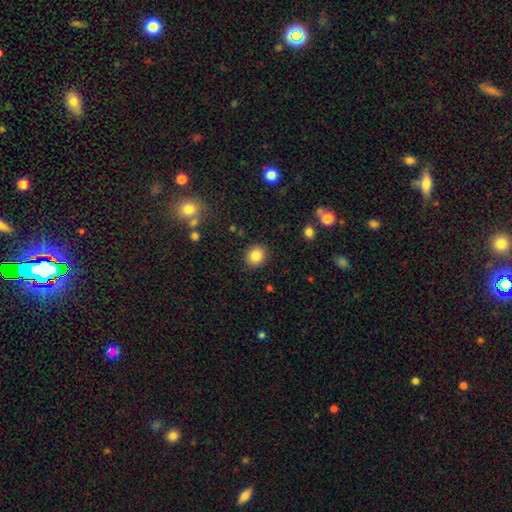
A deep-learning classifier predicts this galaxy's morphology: A smooth galaxy with no disk features (84%) that is round (79%).

Vote fractions:
- Smooth or featured? smooth: 84% / star or artifact: 10% / featured or disk: 6%
- How rounded? round: 79% / in between: 20% / cigar-shaped: 1%
- Merging? none: 89% / minor disturbance: 7% / major disturbance: 2% / merger: 1%